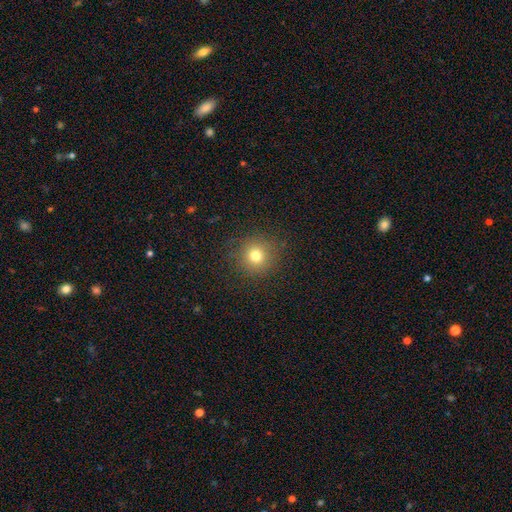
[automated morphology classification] Smooth or featured? smooth (76%)
How rounded? round (93%)
Merging? none (88%)